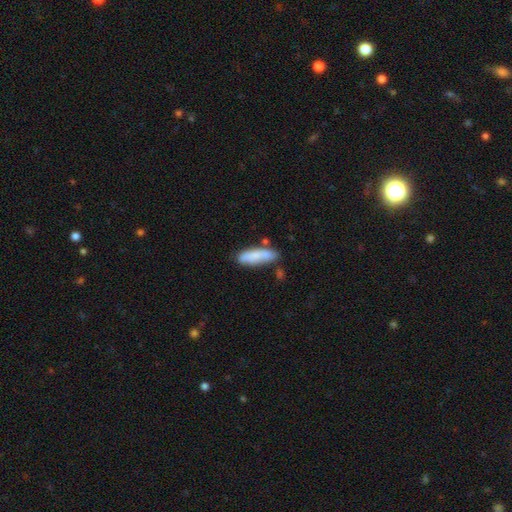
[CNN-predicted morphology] A smooth galaxy with no disk features (78%) that is cigar-shaped (61%). Merging: none (67%).